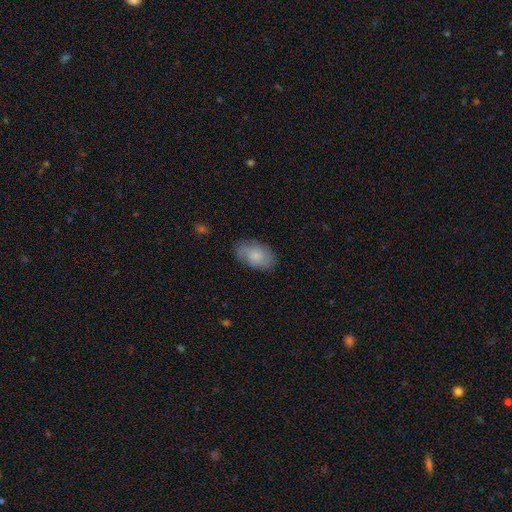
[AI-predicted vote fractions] smooth_or_featured: smooth (p=0.64) [alt: featured or disk p=0.29]
how_rounded: in between (p=0.90) [alt: round p=0.09]
merging: none (p=0.74) [alt: minor disturbance p=0.19]